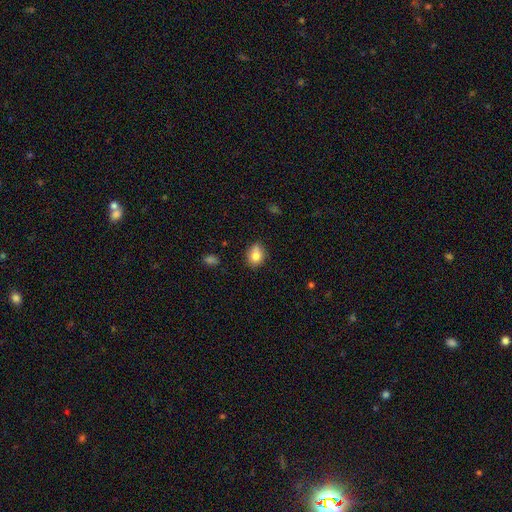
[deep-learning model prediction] Smooth or featured? smooth (80%)
How rounded? in between (51%)
Merging? none (73%)